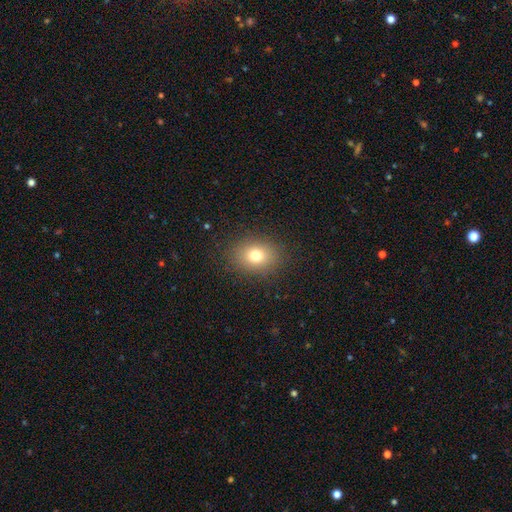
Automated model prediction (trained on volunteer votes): This is likely a smooth galaxy (76%). How rounded: possibly in between (55%). Merging: clearly none (87%).